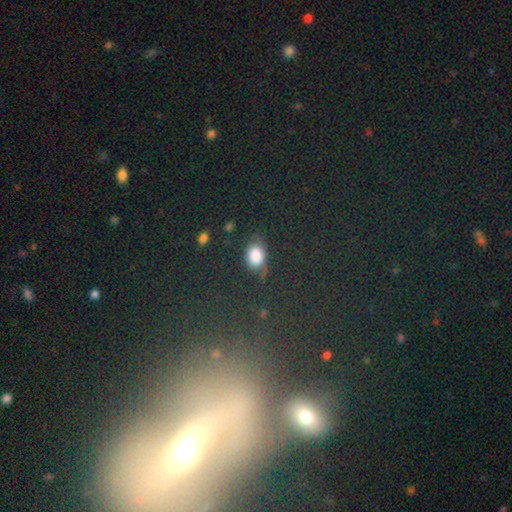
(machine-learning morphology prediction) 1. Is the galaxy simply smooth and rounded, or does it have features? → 76% smooth, 13% star or artifact, 11% featured or disk.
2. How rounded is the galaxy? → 74% in between, 23% round, 3% cigar-shaped.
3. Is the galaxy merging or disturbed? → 66% none, 22% minor disturbance, 8% major disturbance, 3% merger.